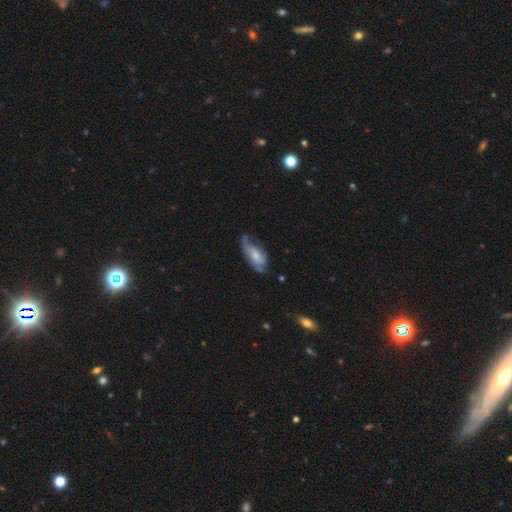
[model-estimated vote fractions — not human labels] The model was most divided on "merging": none: 40%, minor disturbance: 34%, major disturbance: 21%, merger: 5%. More confident: edge-on disk — no (88%); smooth or featured — featured or disk (53%).